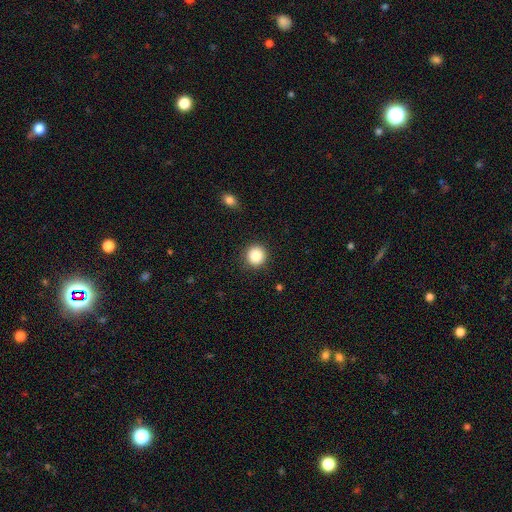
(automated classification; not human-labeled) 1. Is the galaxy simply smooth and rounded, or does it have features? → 87% smooth, 9% star or artifact, 4% featured or disk.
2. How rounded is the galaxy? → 93% round, 6% in between, 1% cigar-shaped.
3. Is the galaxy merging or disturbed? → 91% none, 6% minor disturbance, 2% major disturbance, 1% merger.